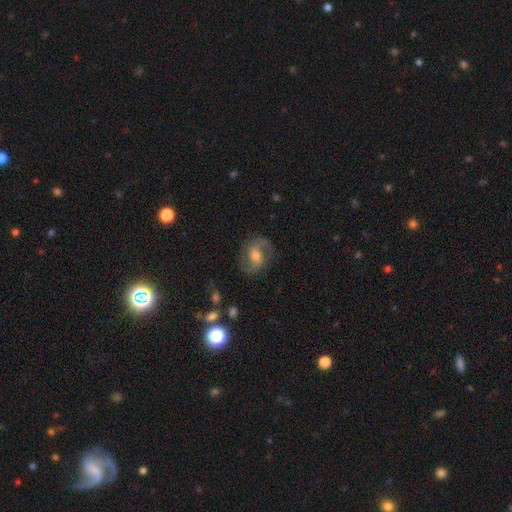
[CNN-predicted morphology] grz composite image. It shows a featured or disk galaxy (81%) with a weak bar (46%), 2 (91%) medium (53%) spiral arms (94%) and a moderate central bulge (65%). Merging: none (80%).